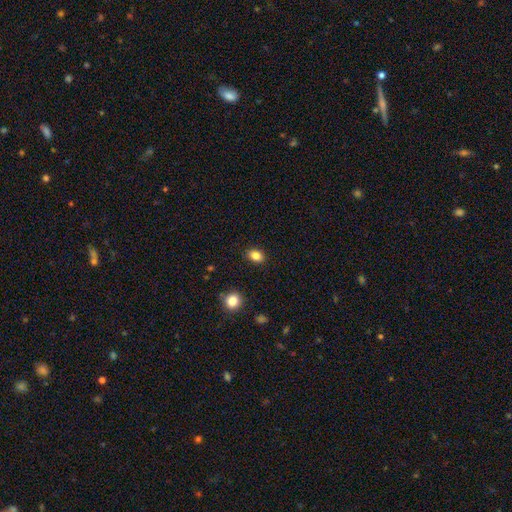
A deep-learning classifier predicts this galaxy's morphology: Smooth or featured? smooth (85%)
How rounded? in between (72%)
Merging? none (88%)